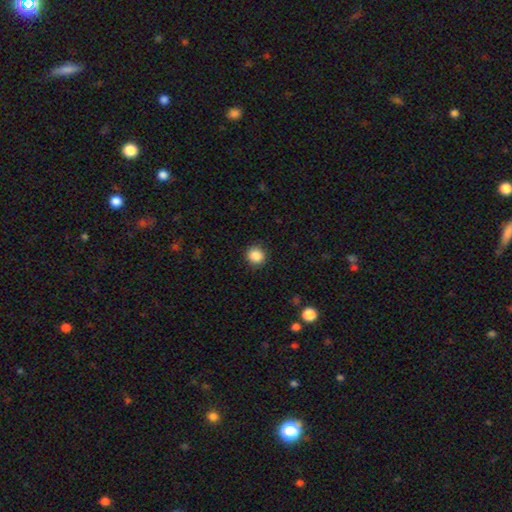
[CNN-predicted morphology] This is clearly a smooth galaxy (87%). How rounded: clearly round (92%). Merging: clearly none (91%).